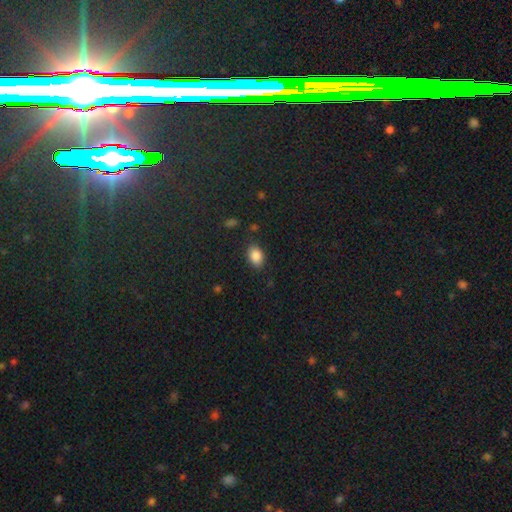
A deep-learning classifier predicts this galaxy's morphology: Q: Smooth or featured?
A: smooth (86%); runner-up: star or artifact (9%)
Q: How rounded?
A: in between (82%); runner-up: round (17%)
Q: Merging?
A: none (83%); runner-up: minor disturbance (12%)